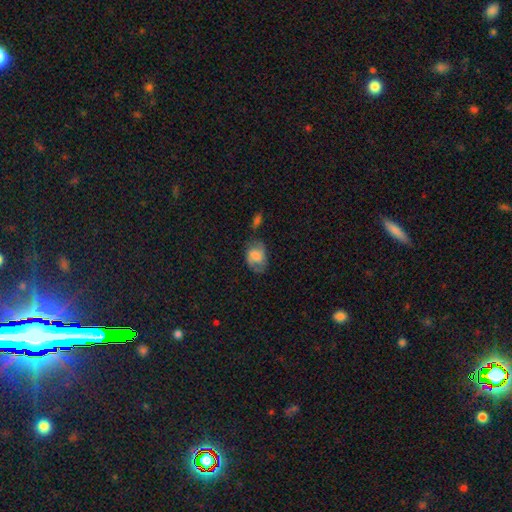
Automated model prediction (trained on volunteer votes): smooth-or-featured: smooth: 60% | featured or disk: 31% | star or artifact: 9%
  how-rounded: in between: 76% | round: 22% | cigar-shaped: 1%
  merging: none: 52% | minor disturbance: 29% | major disturbance: 14% | merger: 6%